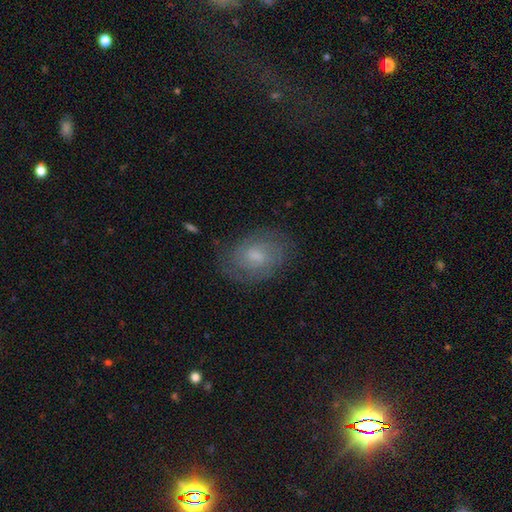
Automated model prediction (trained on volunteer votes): Smooth or featured?
  - featured or disk: 58% *
  - smooth: 31%
  - star or artifact: 11%
Edge-on disk?
  - no: 96% *
  - yes: 4%
Bar?
  - no: 53% *
  - weak: 41%
  - strong: 6%
Spiral arms?
  - yes: 85% *
  - no: 15%
Bulge size?
  - moderate: 46% *
  - small: 38%
  - none: 8%
  - large: 6%
  - dominant: 1%
Merging?
  - none: 76% *
  - minor disturbance: 16%
  - major disturbance: 7%
  - merger: 1%